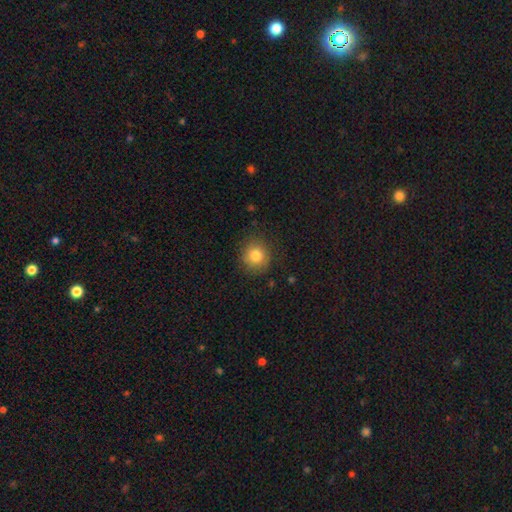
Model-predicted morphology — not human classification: smooth_or_featured: smooth (p=0.81) [alt: star or artifact p=0.11]
how_rounded: round (p=0.88) [alt: in between p=0.11]
merging: none (p=0.86) [alt: minor disturbance p=0.10]